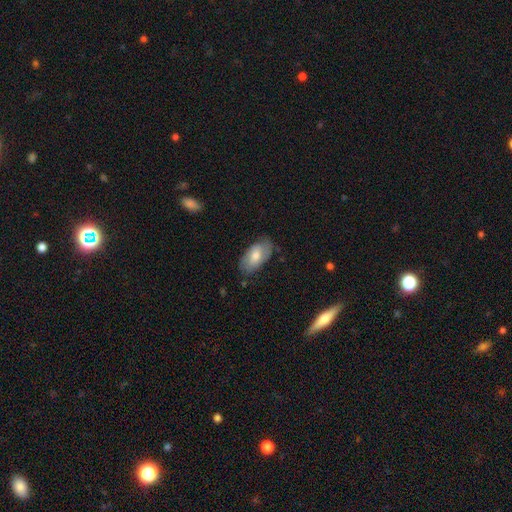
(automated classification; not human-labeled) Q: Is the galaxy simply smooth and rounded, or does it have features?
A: smooth — 60%.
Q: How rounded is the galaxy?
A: in between — 93%.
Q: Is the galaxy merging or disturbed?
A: none — 76%.